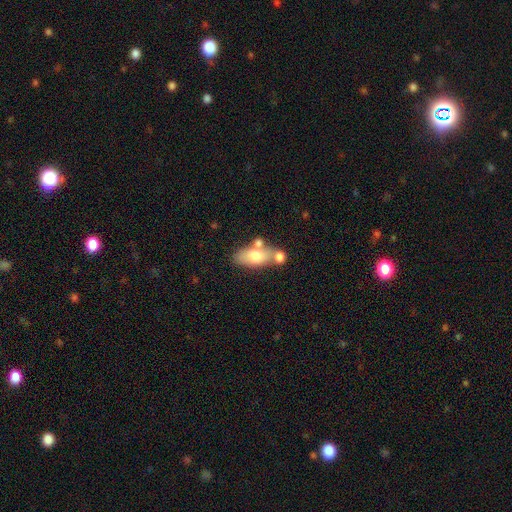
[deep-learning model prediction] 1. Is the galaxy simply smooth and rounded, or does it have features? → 69% smooth, 25% featured or disk, 7% star or artifact.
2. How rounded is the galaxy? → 84% in between, 10% cigar-shaped, 6% round.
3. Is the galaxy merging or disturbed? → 44% none, 35% merger, 15% minor disturbance, 7% major disturbance.